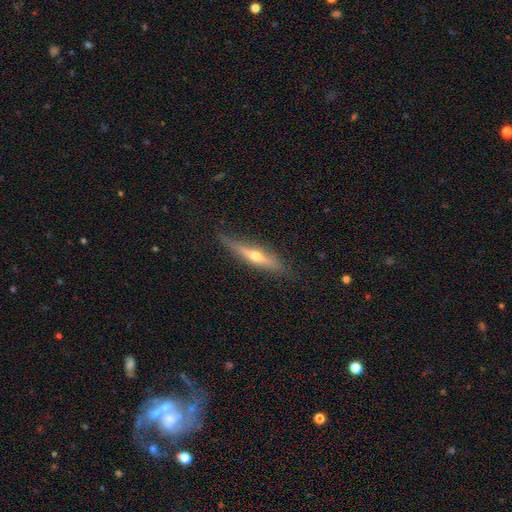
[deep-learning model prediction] Smooth or featured? Predicted: featured or disk (p=0.65). Edge-on disk? Predicted: yes (p=0.94). Edge-on bulge? Predicted: rounded (p=0.87). Merging? Predicted: none (p=0.81).